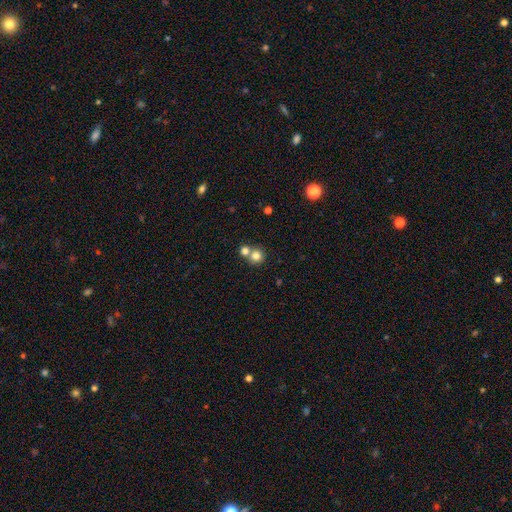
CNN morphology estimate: smooth 79%, star or artifact 11%, featured or disk 9%. Down the decision tree: how rounded — round (90%); merging — none (51%).